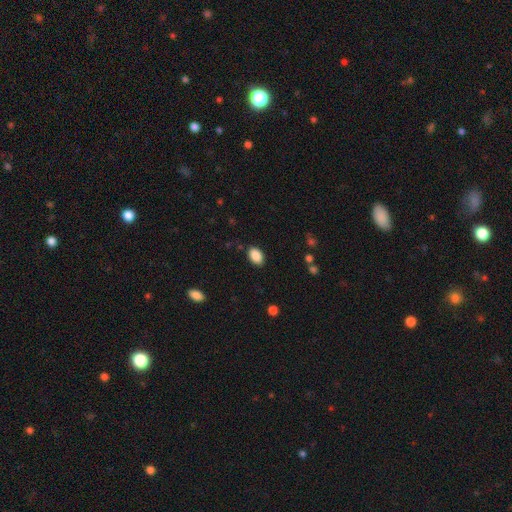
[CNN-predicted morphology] smooth_or_featured: smooth (p=0.88) [alt: star or artifact p=0.08]
how_rounded: in between (p=0.89) [alt: round p=0.10]
merging: none (p=0.86) [alt: minor disturbance p=0.10]